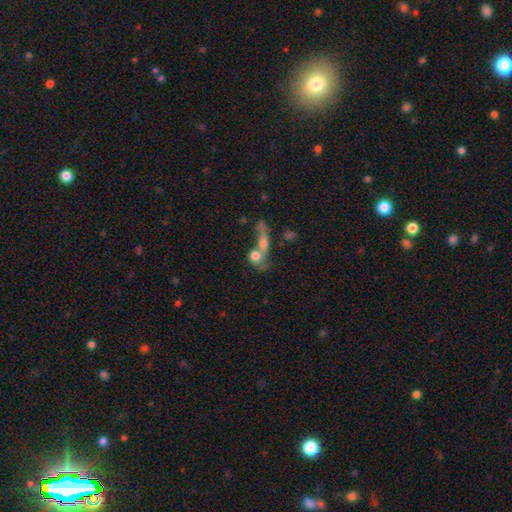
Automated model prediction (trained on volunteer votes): Smooth or featured? Predicted: smooth (p=0.65). How rounded? Predicted: round (p=0.53). Merging? Predicted: merger (p=0.67).